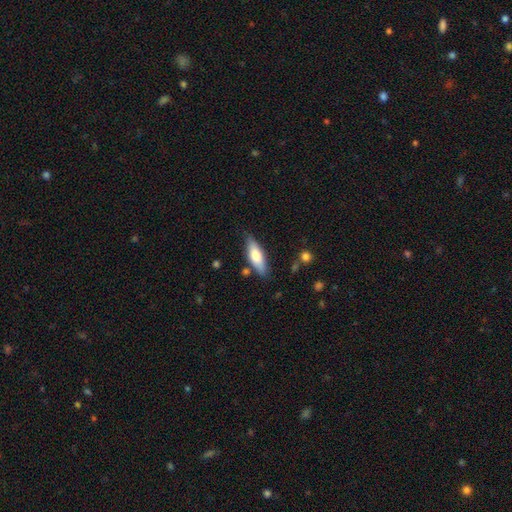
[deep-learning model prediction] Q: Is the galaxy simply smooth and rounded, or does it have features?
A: smooth — 68%.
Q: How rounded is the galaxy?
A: in between — 54%.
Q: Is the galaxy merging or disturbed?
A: none — 78%.